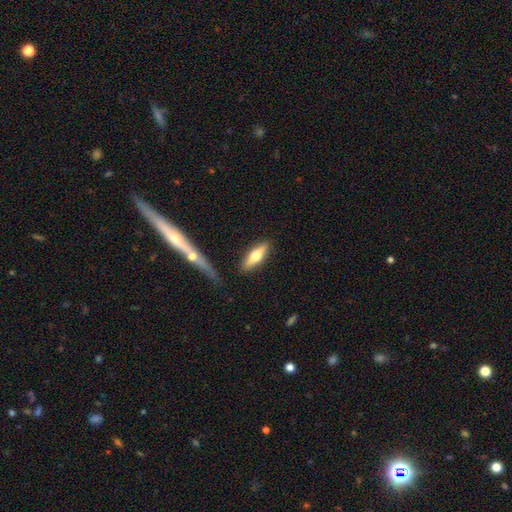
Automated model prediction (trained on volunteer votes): Smooth or featured? Predicted: smooth (p=0.52). How rounded? Predicted: cigar-shaped (p=0.52). Merging? Predicted: none (p=0.84).